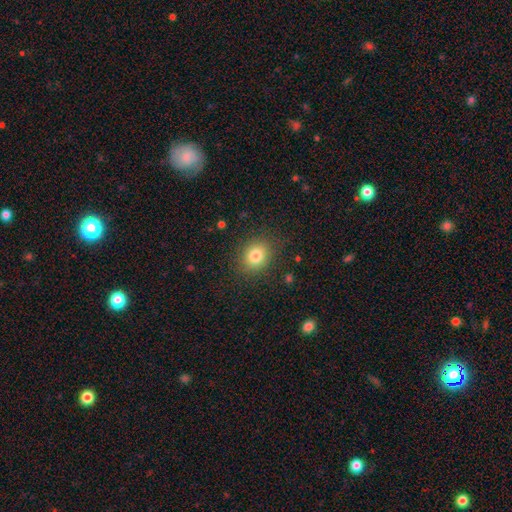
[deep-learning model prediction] smooth-or-featured: smooth: 81% | star or artifact: 11% | featured or disk: 8%
  how-rounded: round: 66% | in between: 33% | cigar-shaped: 1%
  merging: none: 84% | minor disturbance: 11% | major disturbance: 4% | merger: 1%